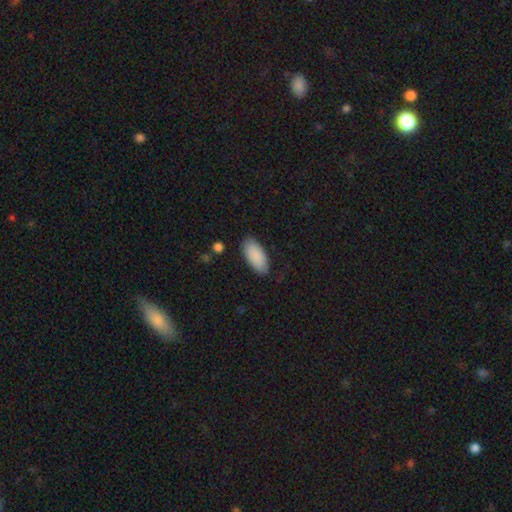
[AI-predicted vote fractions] smooth_or_featured: smooth (p=0.90) [alt: star or artifact p=0.06]
how_rounded: in between (p=0.91) [alt: cigar-shaped p=0.07]
merging: none (p=0.83) [alt: minor disturbance p=0.13]